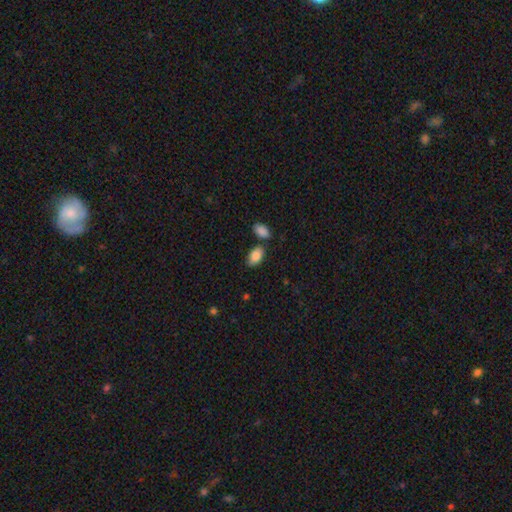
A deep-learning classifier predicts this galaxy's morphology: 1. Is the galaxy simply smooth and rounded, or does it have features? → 87% smooth, 7% star or artifact, 7% featured or disk.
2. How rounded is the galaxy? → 94% in between, 4% round, 2% cigar-shaped.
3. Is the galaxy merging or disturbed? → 73% none, 13% minor disturbance, 11% merger, 3% major disturbance.